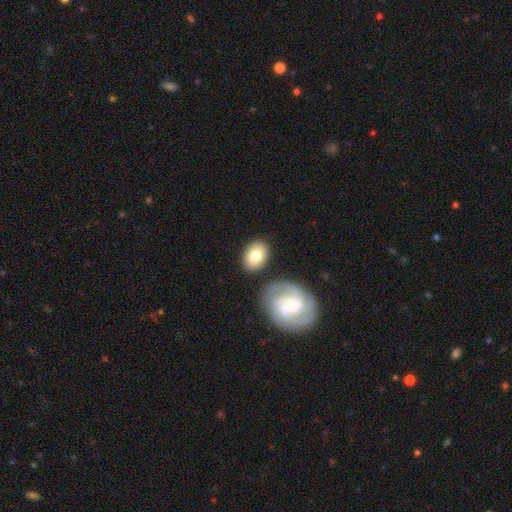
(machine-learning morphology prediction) Smooth or featured: smooth — 74% (featured or disk — 21%)
How rounded: in between — 72% (round — 27%)
Merging: none — 77% (minor disturbance — 12%)